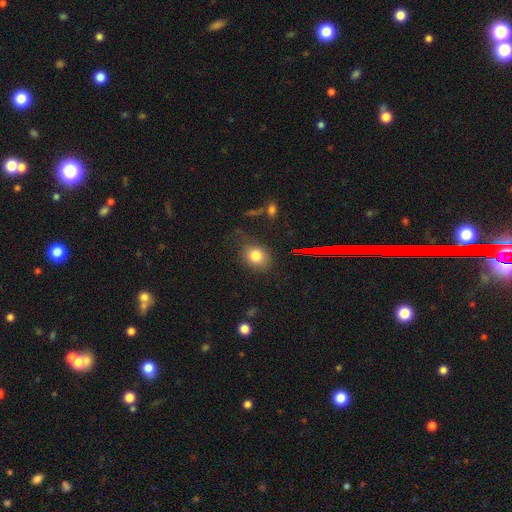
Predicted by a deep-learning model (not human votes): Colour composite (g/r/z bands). It shows a smooth galaxy with no disk features (79%) that is round (54%). Merging: none (73%).